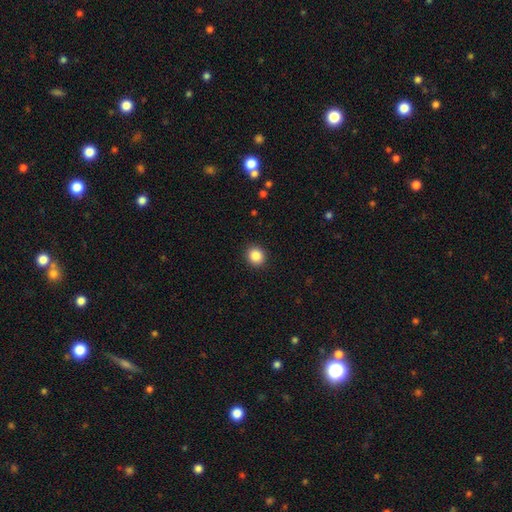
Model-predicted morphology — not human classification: This is clearly a smooth galaxy (87%). How rounded: clearly round (84%). Merging: clearly none (92%).